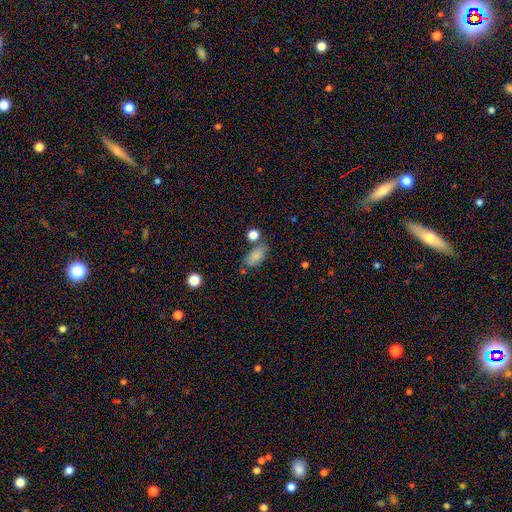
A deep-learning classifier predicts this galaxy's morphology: Overall: smooth (83%). How rounded: in between (90%). Merging: none (64%).